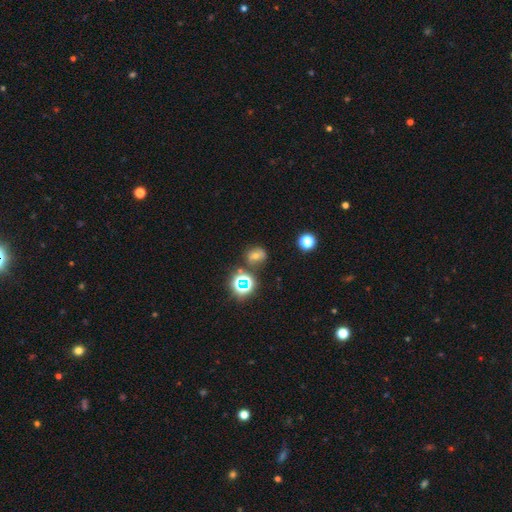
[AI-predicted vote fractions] Smooth or featured: smooth — 43% (star or artifact — 40%)
Merging: none — 73% (minor disturbance — 14%)